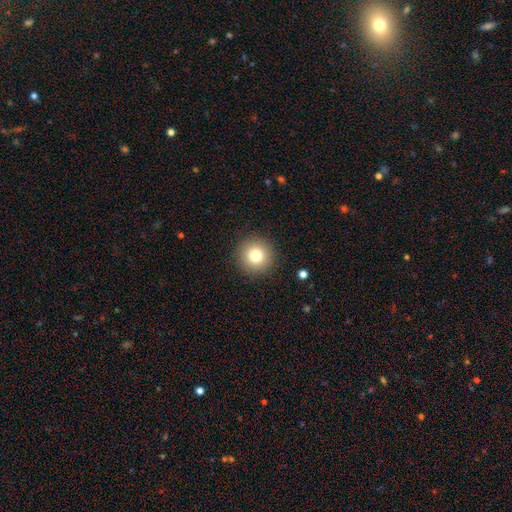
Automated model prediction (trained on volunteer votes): This is likely a smooth galaxy (78%). How rounded: clearly round (96%). Merging: clearly none (91%).